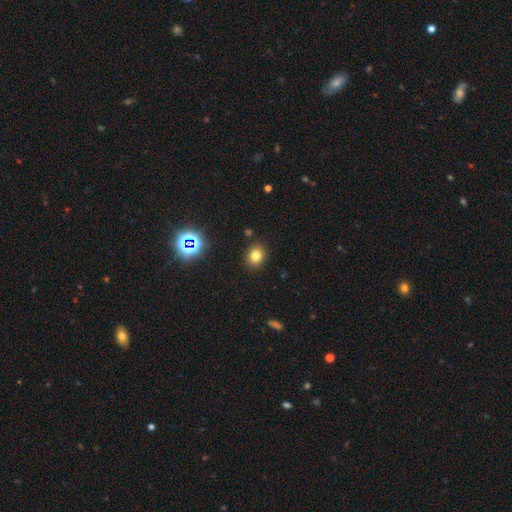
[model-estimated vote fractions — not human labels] Overall: smooth (77%). How rounded: round (57%; in between 42%). Merging: none (88%).